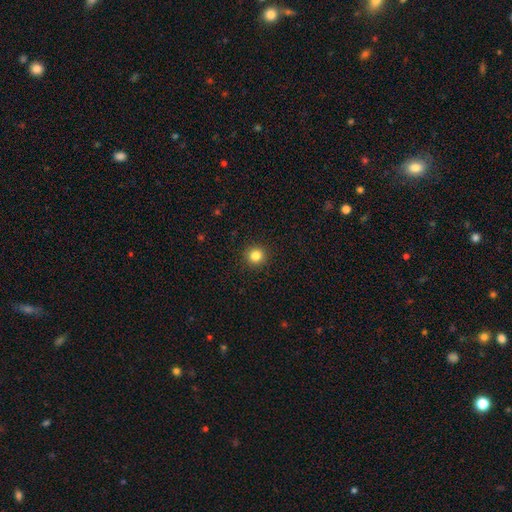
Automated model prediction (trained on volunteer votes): smooth_or_featured: smooth (p=0.83) [alt: star or artifact p=0.12]
how_rounded: round (p=0.94) [alt: in between p=0.05]
merging: none (p=0.92) [alt: minor disturbance p=0.05]